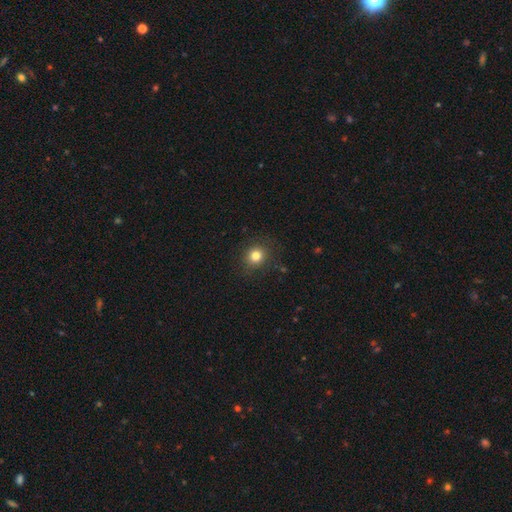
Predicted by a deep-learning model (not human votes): Smooth or featured: smooth — 81% (star or artifact — 13%)
How rounded: round — 85% (in between — 14%)
Merging: none — 88% (minor disturbance — 8%)